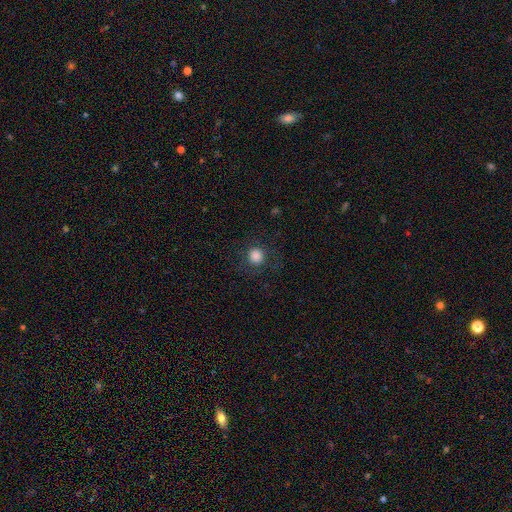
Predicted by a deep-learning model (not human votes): Smooth or featured: smooth — 83% (star or artifact — 11%)
How rounded: round — 93% (in between — 6%)
Merging: none — 84% (minor disturbance — 9%)